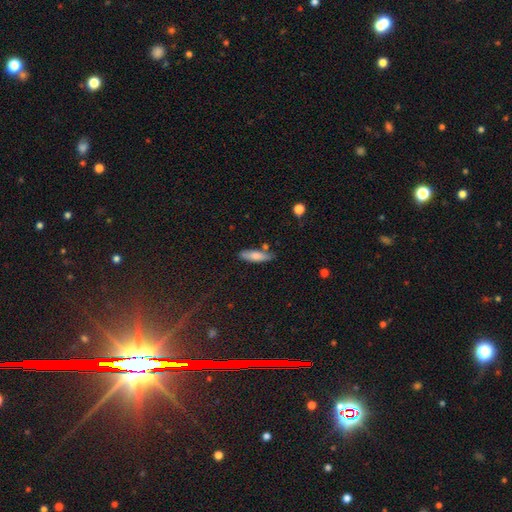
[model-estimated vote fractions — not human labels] Smooth or featured?
  - smooth: 77% *
  - featured or disk: 16%
  - star or artifact: 7%
How rounded?
  - cigar-shaped: 54% *
  - in between: 44%
  - round: 2%
Merging?
  - none: 74% *
  - minor disturbance: 17%
  - merger: 6%
  - major disturbance: 3%